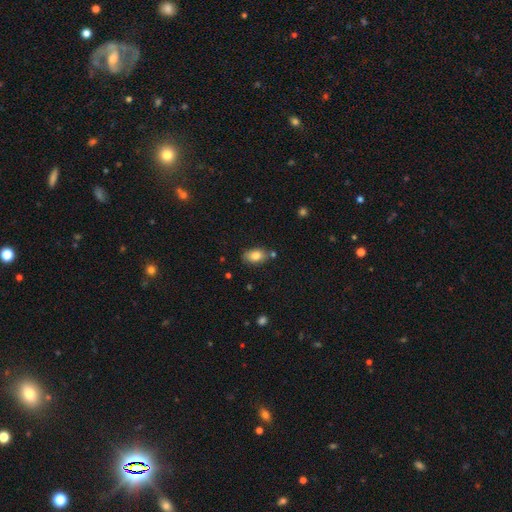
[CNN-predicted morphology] Smooth or featured? Predicted: smooth (p=0.82). How rounded? Predicted: in between (p=0.87). Merging? Predicted: none (p=0.76).